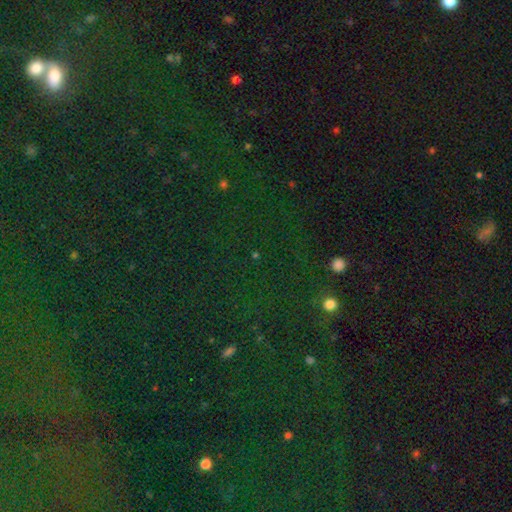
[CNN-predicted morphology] This is likely a star or artifact rather than a galaxy (69%).